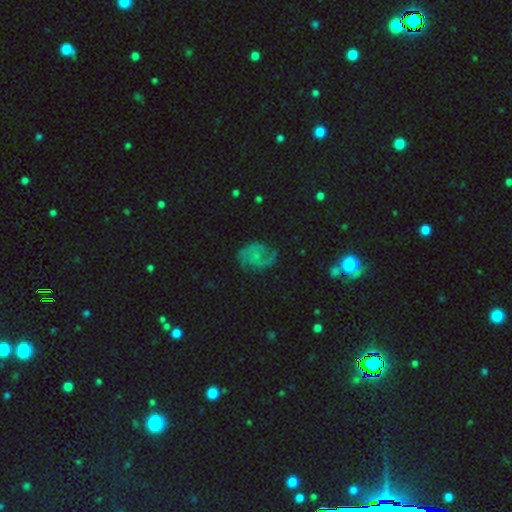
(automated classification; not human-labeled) This appears to be a featured or disk galaxy (59%) with no bar (70%), spiral arms (83%) and no central bulge (58%). Merging: none (58%).